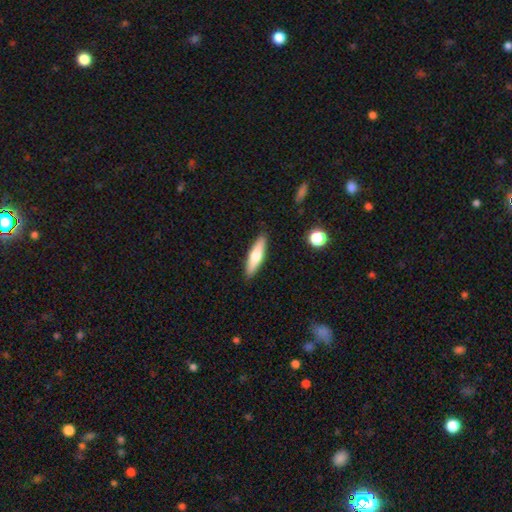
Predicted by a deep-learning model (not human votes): This is possibly a smooth galaxy (59%). How rounded: likely cigar-shaped (72%). Merging: clearly none (89%).